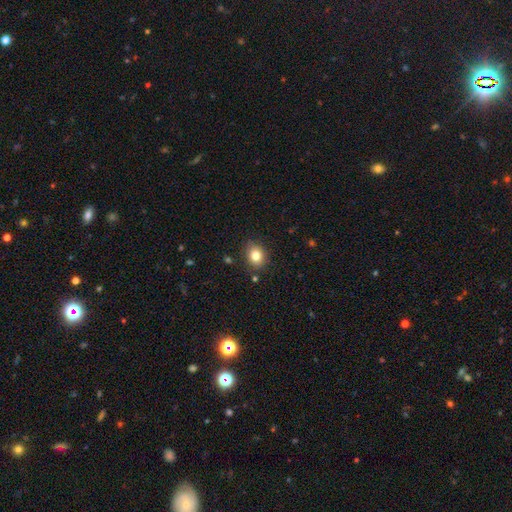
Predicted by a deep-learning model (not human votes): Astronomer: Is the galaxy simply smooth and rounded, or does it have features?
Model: smooth — 82%.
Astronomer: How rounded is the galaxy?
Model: round — 54% (runner-up: in between, 45%).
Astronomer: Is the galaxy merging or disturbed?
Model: none — 86%.